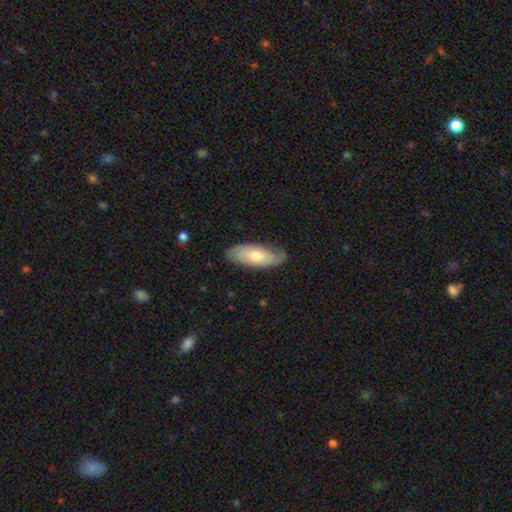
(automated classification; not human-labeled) Smooth or featured?
  - smooth: 50% *
  - featured or disk: 45%
  - star or artifact: 5%
Merging?
  - none: 77% *
  - minor disturbance: 18%
  - major disturbance: 4%
  - merger: 1%